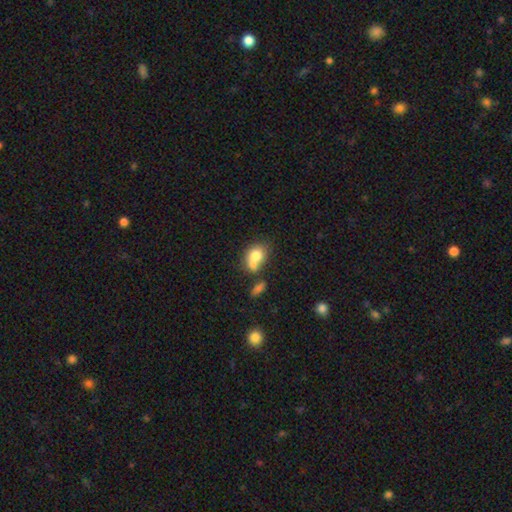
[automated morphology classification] A smooth galaxy with no disk features (75%) that is round (51%). Merging: merger (55%).